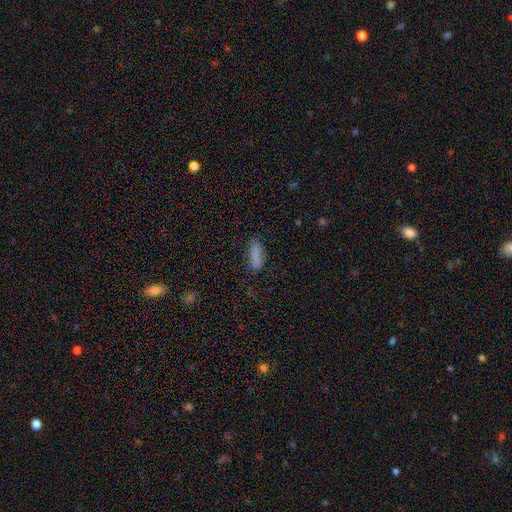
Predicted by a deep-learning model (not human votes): The model was most divided on "how rounded": cigar-shaped: 56%, in between: 41%, round: 2%. More confident: smooth or featured — smooth (82%); merging — none (81%).